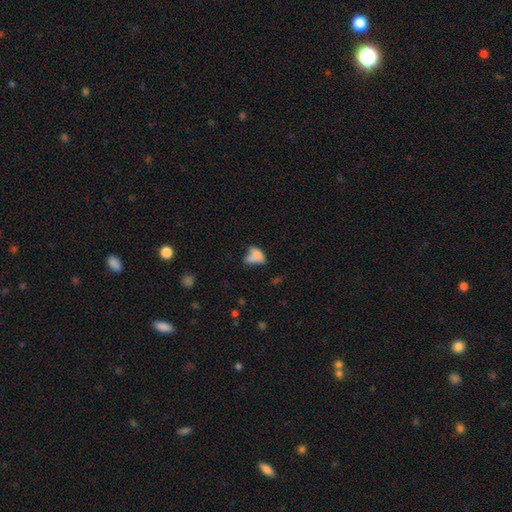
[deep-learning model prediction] Morphology: type=smooth (69%); roundness=in between (82%); merging=none (28%).